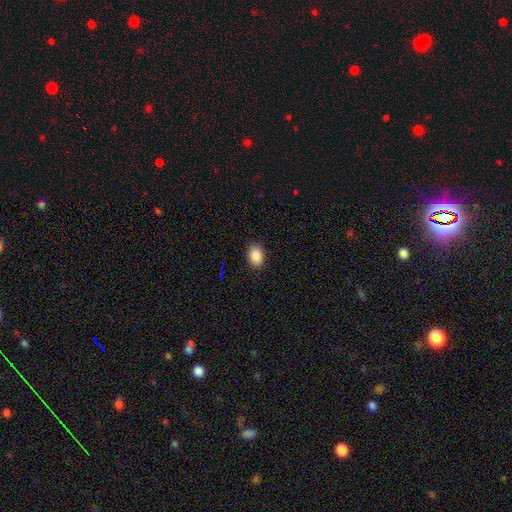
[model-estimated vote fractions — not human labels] The model was most divided on "how rounded": in between: 79%, round: 20%, cigar-shaped: 1%. More confident: merging — none (89%); smooth or featured — smooth (88%).